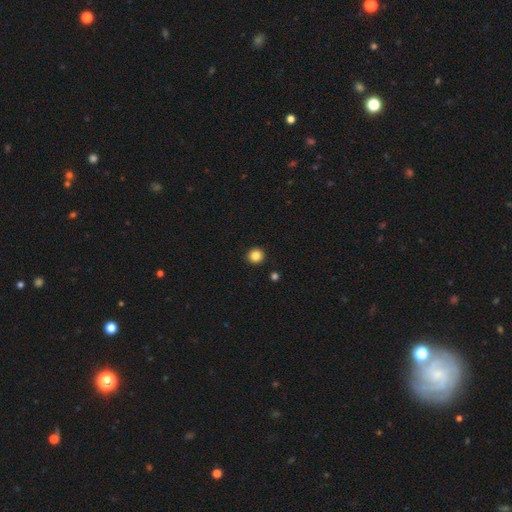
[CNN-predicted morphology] smooth_or_featured: smooth (p=0.85) [alt: star or artifact p=0.11]
how_rounded: round (p=0.93) [alt: in between p=0.06]
merging: none (p=0.93) [alt: minor disturbance p=0.04]